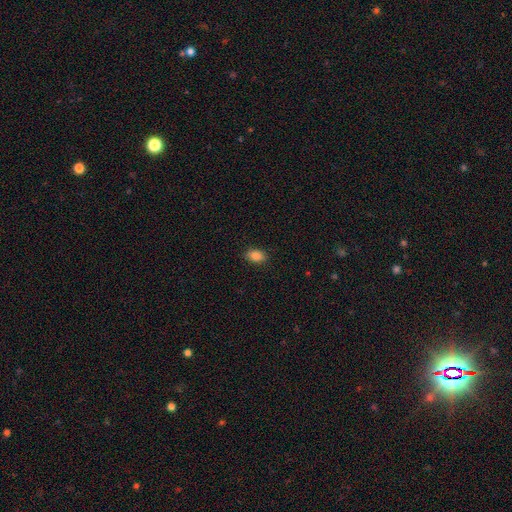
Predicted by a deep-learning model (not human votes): The model was most divided on "how rounded": in between: 85%, round: 13%, cigar-shaped: 1%. More confident: merging — none (88%); smooth or featured — smooth (87%).